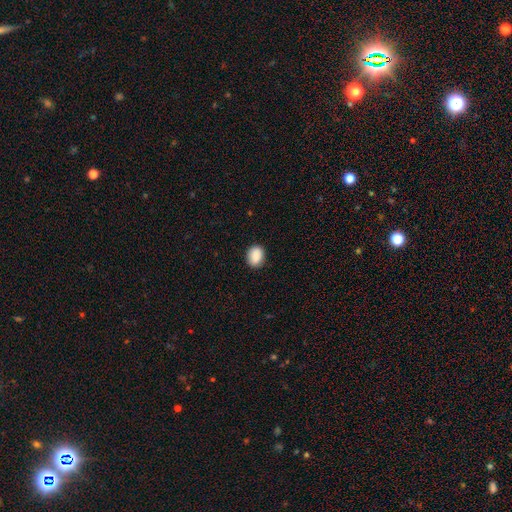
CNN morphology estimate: Smooth or featured: smooth — 89% (star or artifact — 7%)
How rounded: in between — 71% (round — 28%)
Merging: none — 87% (minor disturbance — 10%)